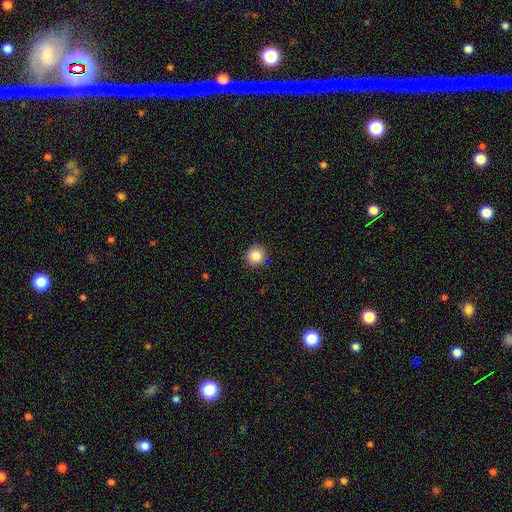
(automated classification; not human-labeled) Q: Smooth or featured?
A: smooth (85%); runner-up: star or artifact (10%)
Q: How rounded?
A: round (91%); runner-up: in between (8%)
Q: Merging?
A: none (91%); runner-up: minor disturbance (6%)